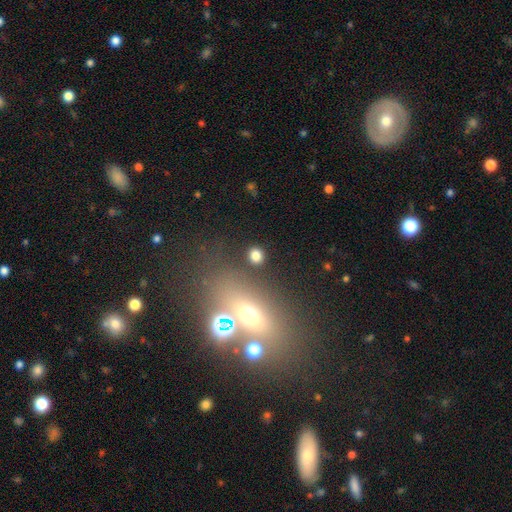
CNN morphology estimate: A smooth galaxy with no disk features (79%) that is round (73%).

Vote fractions:
- Smooth or featured? smooth: 79% / star or artifact: 15% / featured or disk: 6%
- How rounded? round: 73% / in between: 25% / cigar-shaped: 2%
- Merging? none: 84% / minor disturbance: 7% / merger: 5% / major disturbance: 3%